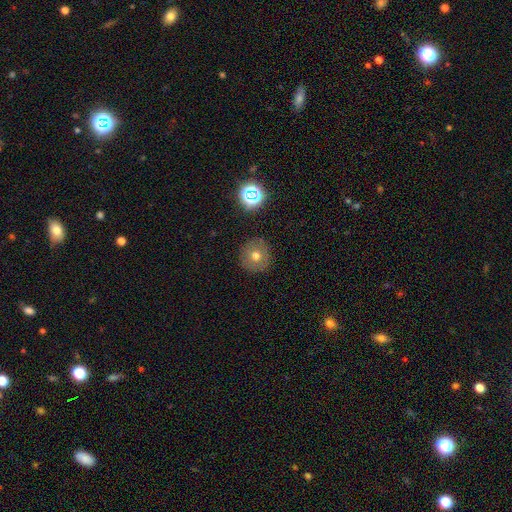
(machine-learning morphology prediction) This is likely a smooth galaxy (65%). How rounded: clearly round (94%). Merging: clearly none (87%).